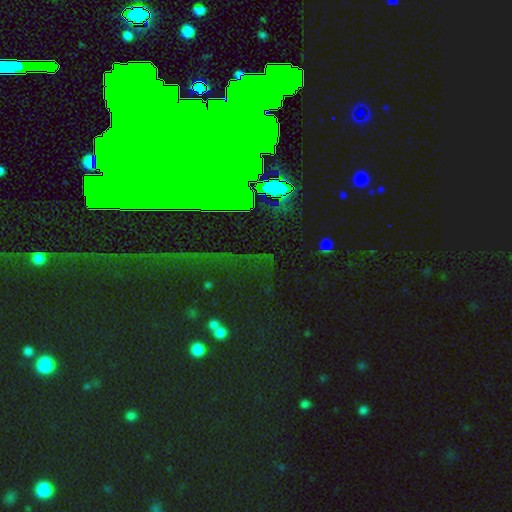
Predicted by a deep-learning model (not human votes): Smooth or featured? Predicted: star or artifact (p=0.73).